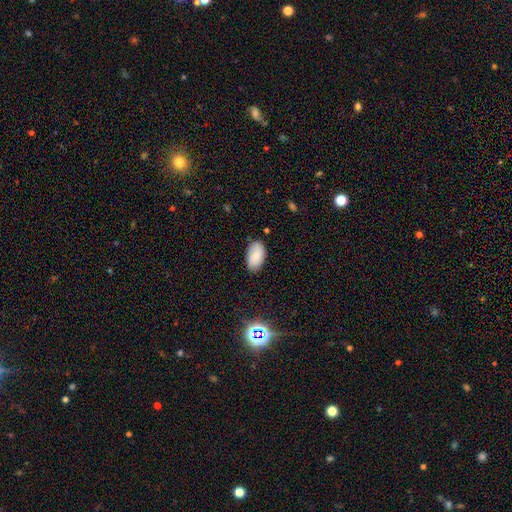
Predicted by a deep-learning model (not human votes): smooth 79%, featured or disk 13%, star or artifact 8%. Down the decision tree: how rounded — in between (94%); merging — none (79%).